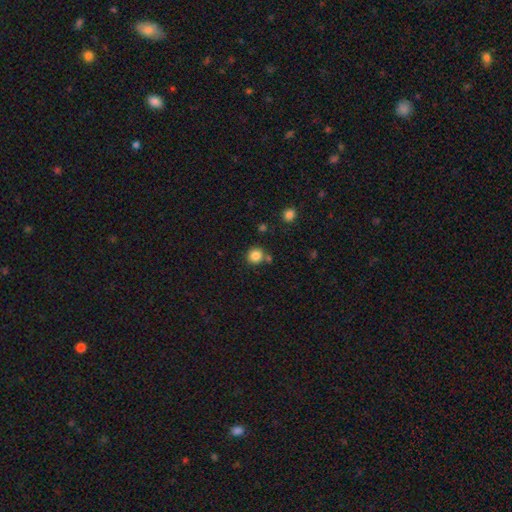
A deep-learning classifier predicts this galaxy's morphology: This appears to be a smooth galaxy with no disk features (84%) that is round (91%). Merging: none (76%).